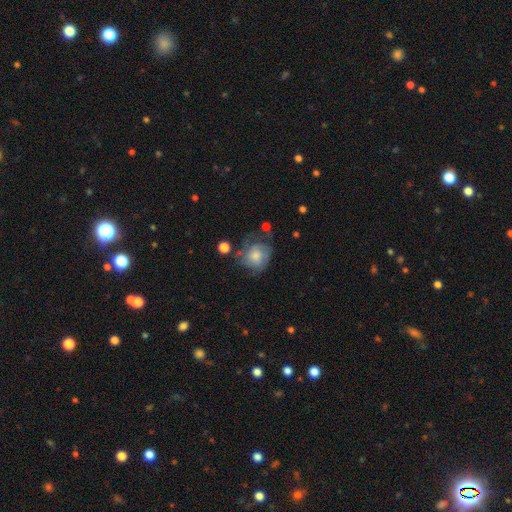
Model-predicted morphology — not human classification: This appears to be a smooth galaxy with no disk features (46%). Merging: none (47%).